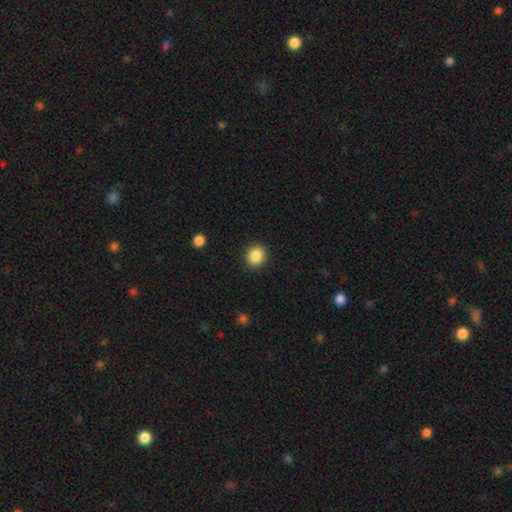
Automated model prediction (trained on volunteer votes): smooth_or_featured: smooth (p=0.87) [alt: star or artifact p=0.09]
how_rounded: round (p=0.81) [alt: in between p=0.18]
merging: none (p=0.90) [alt: minor disturbance p=0.06]